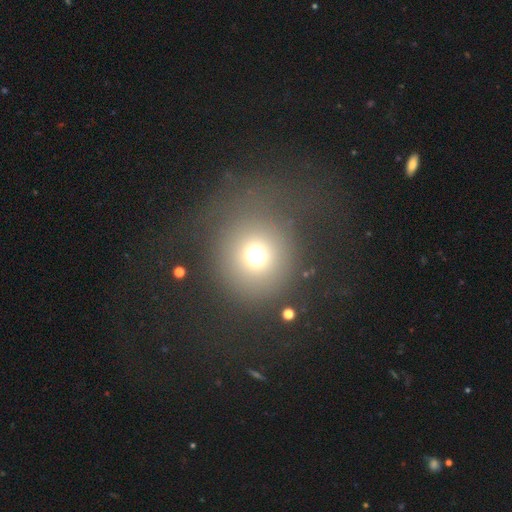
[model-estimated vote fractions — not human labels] Overall: smooth (70%). How rounded: round (89%). Merging: none (60%; major disturbance 22%).